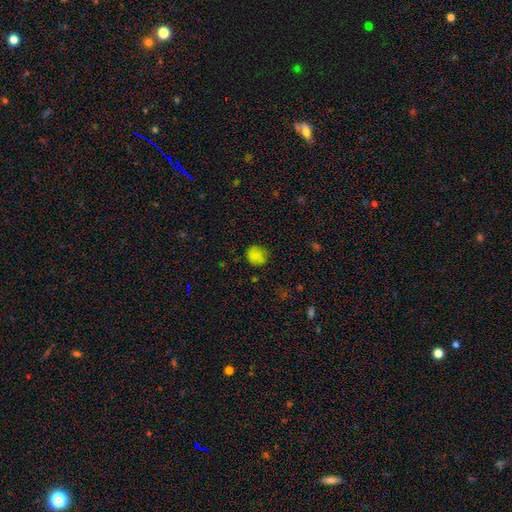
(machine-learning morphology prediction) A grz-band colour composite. It shows a smooth galaxy with no disk features (82%) that is round (80%). Merging: none (78%).